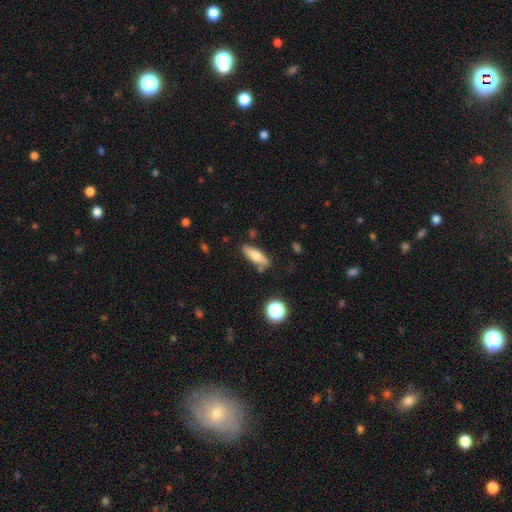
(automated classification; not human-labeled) A smooth galaxy with no disk features (64%) that is in between round and cigar-shaped (51%).

Vote fractions:
- Smooth or featured? smooth: 64% / featured or disk: 28% / star or artifact: 8%
- How rounded? in between: 51% / cigar-shaped: 45% / round: 4%
- Merging? none: 73% / minor disturbance: 17% / merger: 6% / major disturbance: 4%